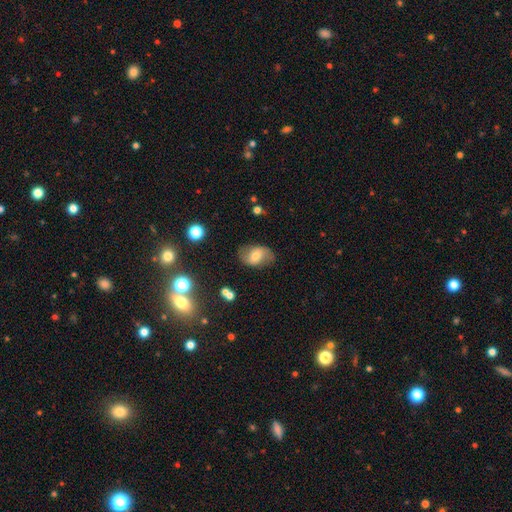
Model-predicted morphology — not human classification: Smooth or featured: featured or disk — 46% (smooth — 45%)
Merging: none — 75% (minor disturbance — 17%)